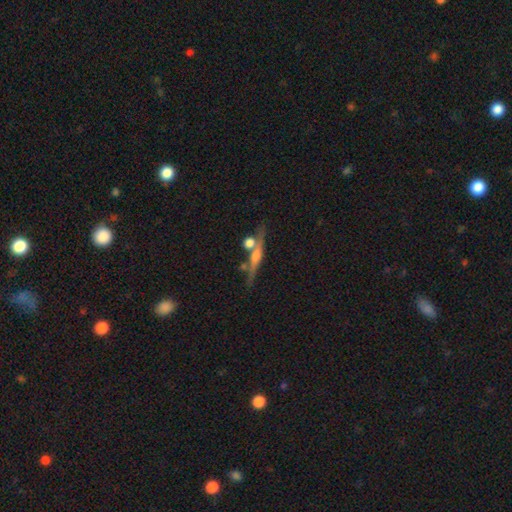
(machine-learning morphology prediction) Smooth or featured: featured or disk — 65% (smooth — 25%)
Edge-on disk: yes — 93% (no — 7%)
Edge-on bulge: rounded — 70% (none — 16%)
Merging: none — 68% (merger — 16%)